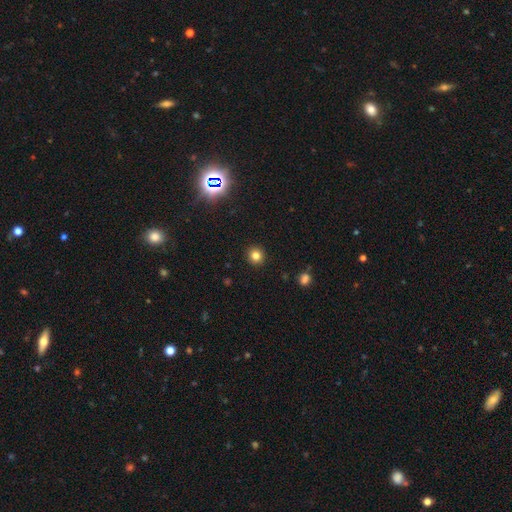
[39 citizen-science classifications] Smooth or featured? 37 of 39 (95%) said smooth. How rounded? 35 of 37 (95%) said round. Merging? 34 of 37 (92%) said none.